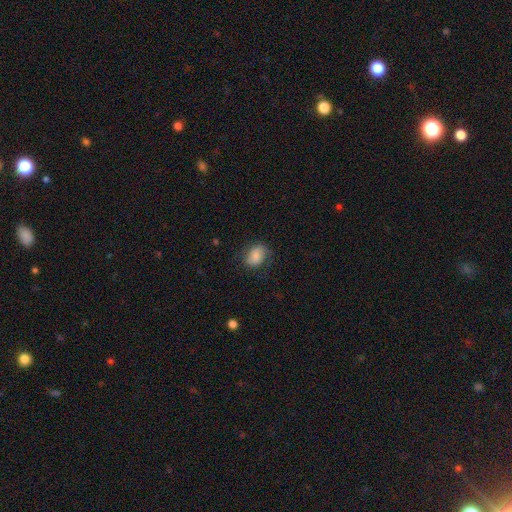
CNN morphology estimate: Smooth or featured? smooth (78%)
How rounded? in between (70%)
Merging? none (71%)